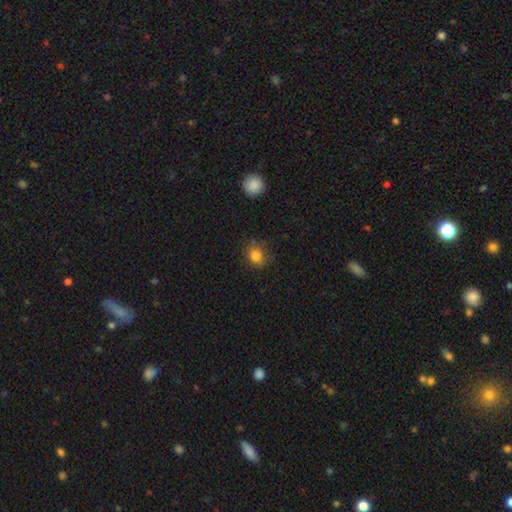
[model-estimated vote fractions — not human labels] Smooth or featured: smooth — 82% (star or artifact — 12%)
How rounded: round — 70% (in between — 29%)
Merging: none — 76% (minor disturbance — 17%)